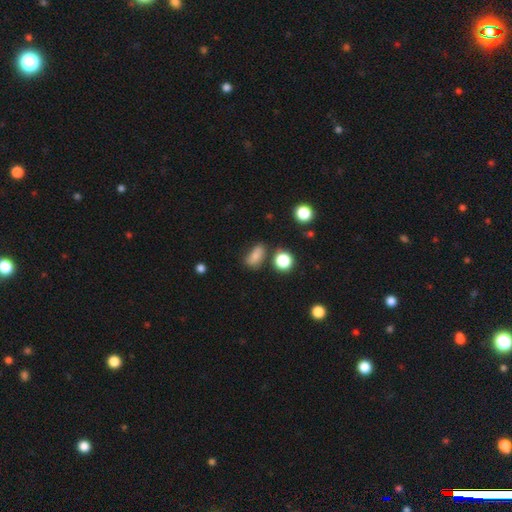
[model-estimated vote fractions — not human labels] Smooth or featured? smooth (77%)
How rounded? in between (79%)
Merging? none (59%)